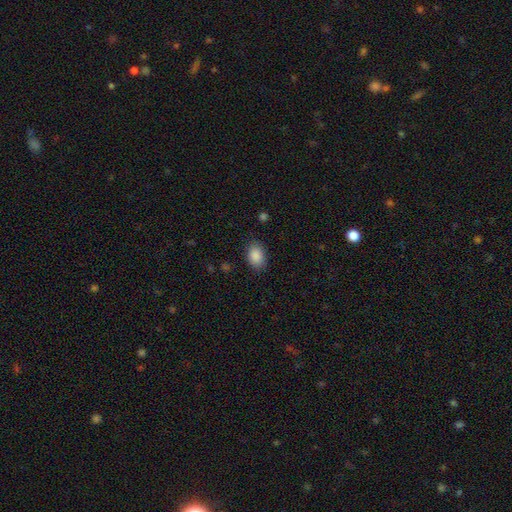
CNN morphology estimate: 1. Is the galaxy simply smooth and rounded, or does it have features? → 89% smooth, 8% star or artifact, 4% featured or disk.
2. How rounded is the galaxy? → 78% in between, 20% round, 1% cigar-shaped.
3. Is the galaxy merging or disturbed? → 84% none, 12% minor disturbance, 3% major disturbance, 1% merger.